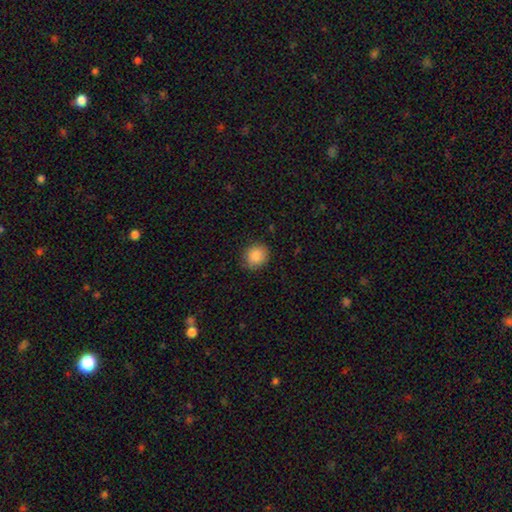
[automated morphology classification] Q: Smooth or featured?
A: smooth (87%); runner-up: star or artifact (9%)
Q: How rounded?
A: round (82%); runner-up: in between (17%)
Q: Merging?
A: none (86%); runner-up: minor disturbance (11%)